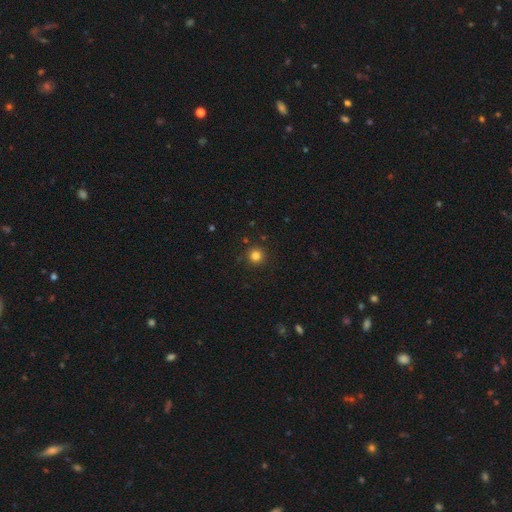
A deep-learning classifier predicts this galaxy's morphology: Smooth or featured? Predicted: smooth (p=0.82). How rounded? Predicted: round (p=0.96). Merging? Predicted: none (p=0.91).